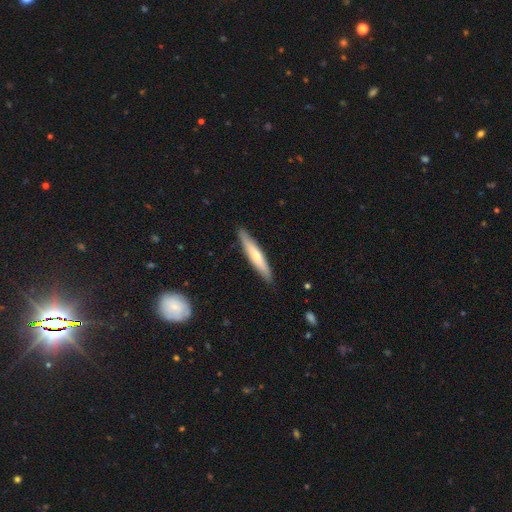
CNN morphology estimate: Q: Smooth or featured?
A: smooth (51%); runner-up: featured or disk (44%)
Q: How rounded?
A: cigar-shaped (89%); runner-up: in between (10%)
Q: Merging?
A: none (89%); runner-up: minor disturbance (8%)